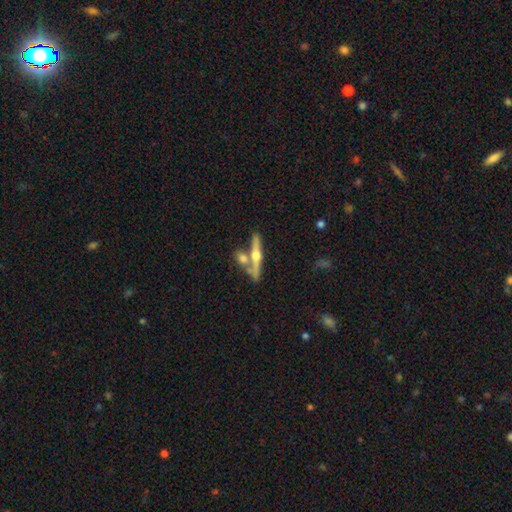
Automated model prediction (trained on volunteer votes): Smooth or featured? featured or disk (68%)
Edge-on disk? yes (95%)
Edge-on bulge? rounded (94%)
Merging? none (59%)